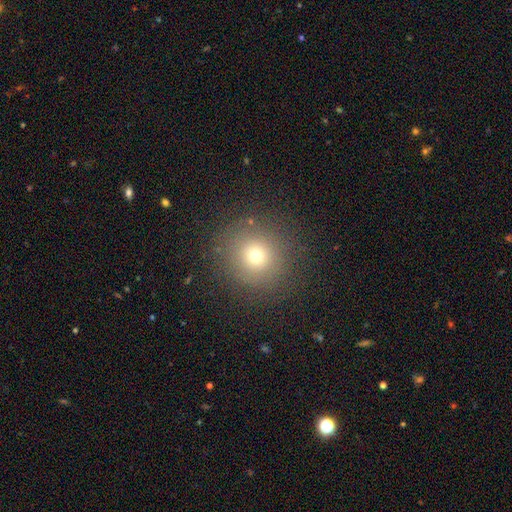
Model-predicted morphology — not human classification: A smooth galaxy with no disk features (69%) that is round (93%). Merging: none (86%).